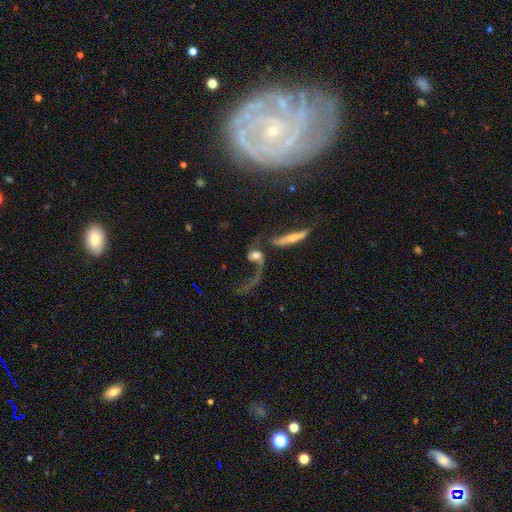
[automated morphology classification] Smooth or featured? featured or disk (58%)
Edge-on disk? no (87%)
Bar? no (68%)
Spiral arms? yes (71%)
Bulge size? moderate (46%)
Merging? major disturbance (36%)